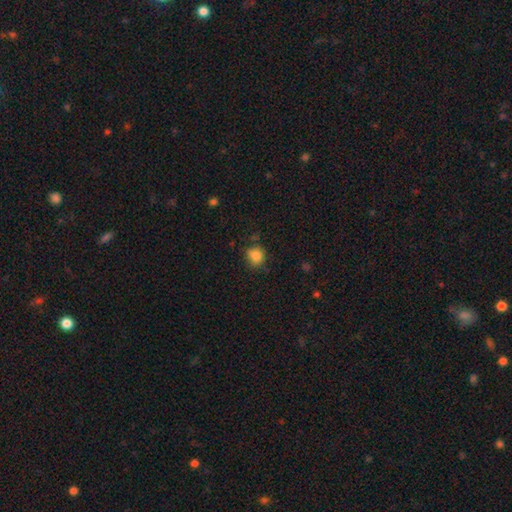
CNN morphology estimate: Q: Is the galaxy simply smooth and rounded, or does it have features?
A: smooth — 84%.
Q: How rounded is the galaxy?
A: round — 78%.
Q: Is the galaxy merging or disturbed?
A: none — 72%.